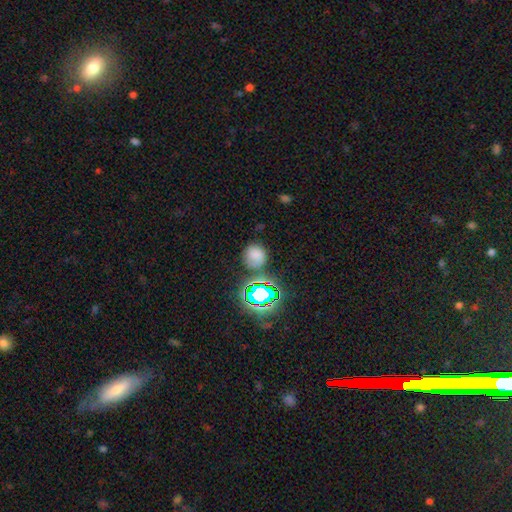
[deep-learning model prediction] This appears to be a smooth galaxy with no disk features (64%) that is round (88%). Merging: none (69%).